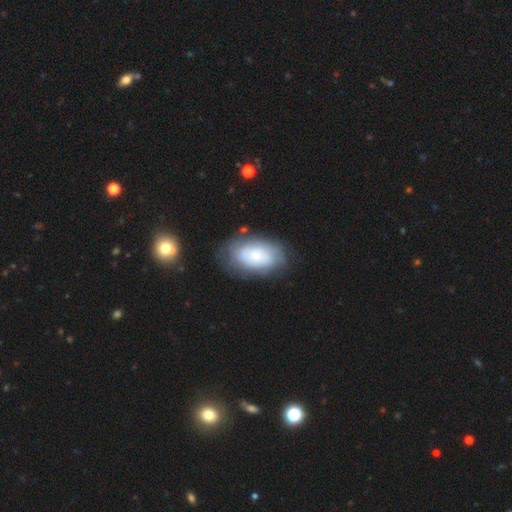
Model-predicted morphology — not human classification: This is possibly a smooth galaxy (54%). How rounded: clearly in between (91%). Merging: likely none (68%).